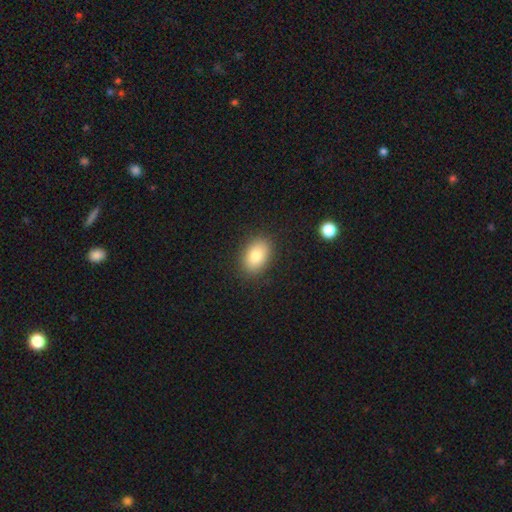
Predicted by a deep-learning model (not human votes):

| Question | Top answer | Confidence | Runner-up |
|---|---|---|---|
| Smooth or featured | smooth | 83% | featured or disk (9%) |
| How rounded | in between | 85% | round (14%) |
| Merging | none | 88% | minor disturbance (8%) |